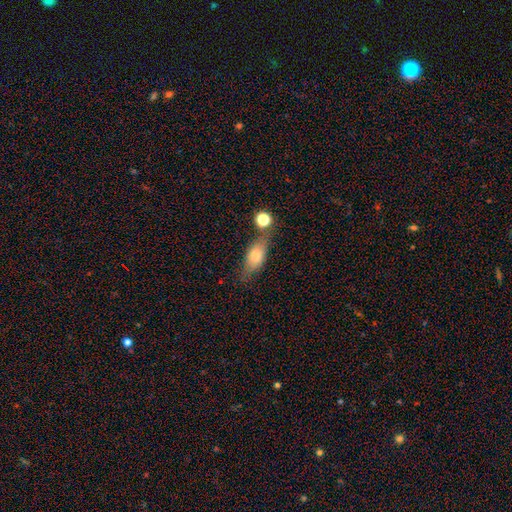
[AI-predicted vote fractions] A smooth galaxy with no disk features (69%) that is in between round and cigar-shaped (74%). Merging: none (56%).